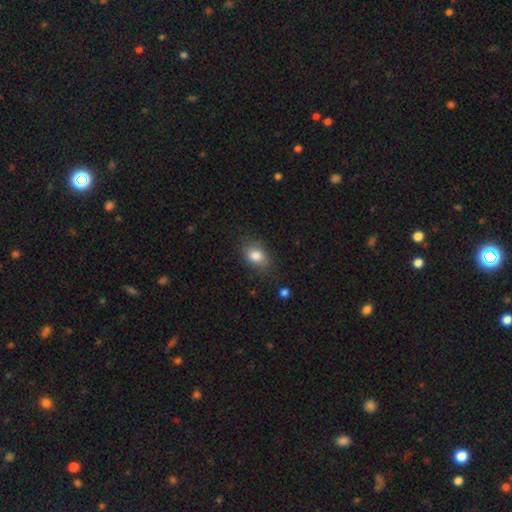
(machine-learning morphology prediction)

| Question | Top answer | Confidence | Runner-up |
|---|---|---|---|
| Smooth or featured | smooth | 83% | star or artifact (9%) |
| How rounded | in between | 76% | round (23%) |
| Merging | none | 77% | minor disturbance (17%) |